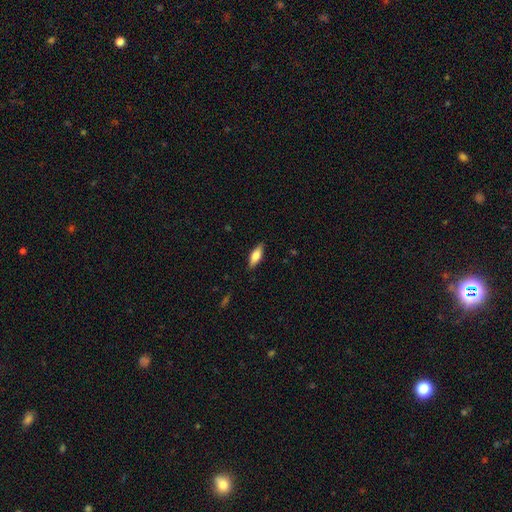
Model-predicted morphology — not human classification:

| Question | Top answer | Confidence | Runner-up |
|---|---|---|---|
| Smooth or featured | smooth | 67% | featured or disk (27%) |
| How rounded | in between | 62% | cigar-shaped (35%) |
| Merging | none | 87% | minor disturbance (10%) |